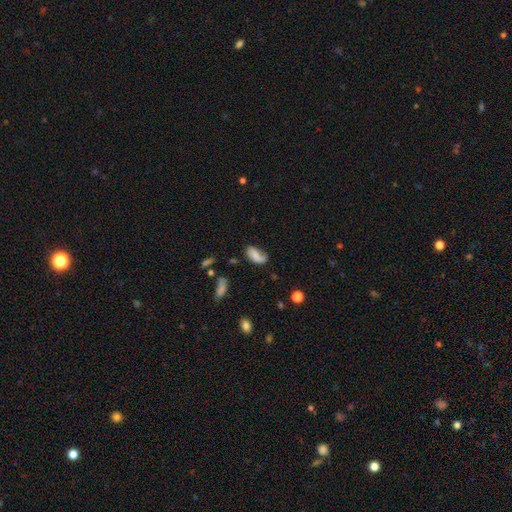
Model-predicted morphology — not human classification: A smooth galaxy with no disk features (56%) that is in between round and cigar-shaped (90%). Merging: none (47%).